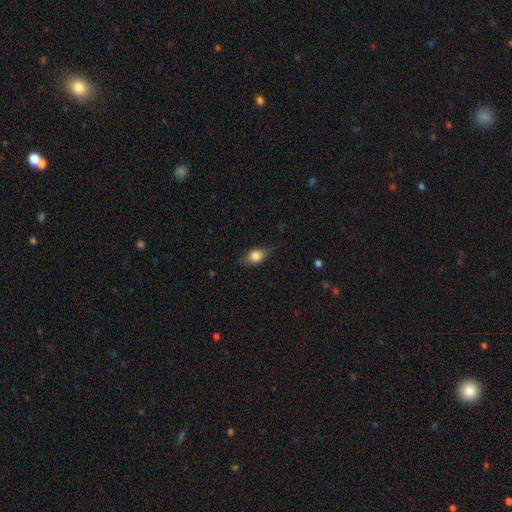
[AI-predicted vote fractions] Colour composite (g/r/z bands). It shows a smooth galaxy with no disk features (69%) that is in between round and cigar-shaped (70%). Merging: none (73%).